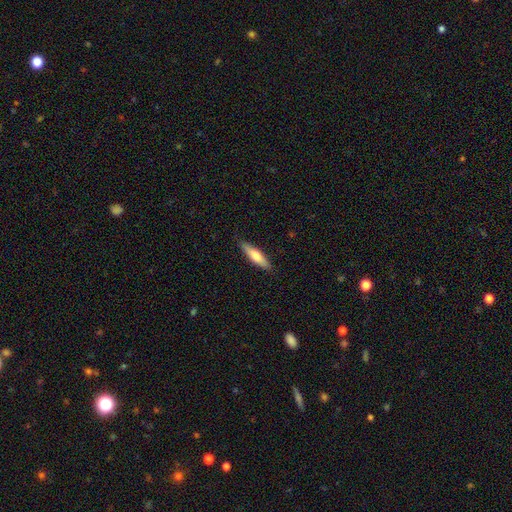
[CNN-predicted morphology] Smooth or featured? smooth (63%)
How rounded? cigar-shaped (71%)
Merging? none (87%)